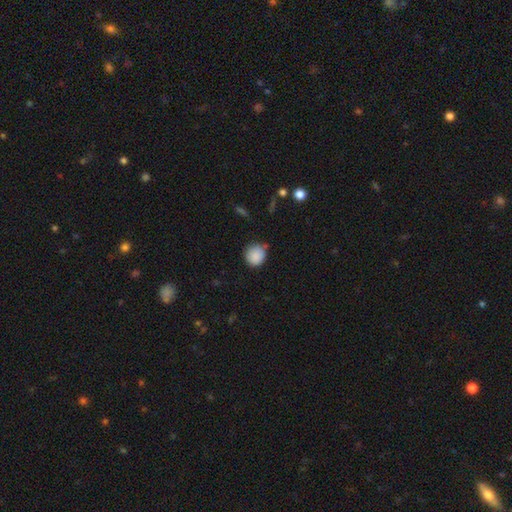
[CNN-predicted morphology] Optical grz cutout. It shows a smooth galaxy with no disk features (88%) that is round (87%). Merging: none (70%).